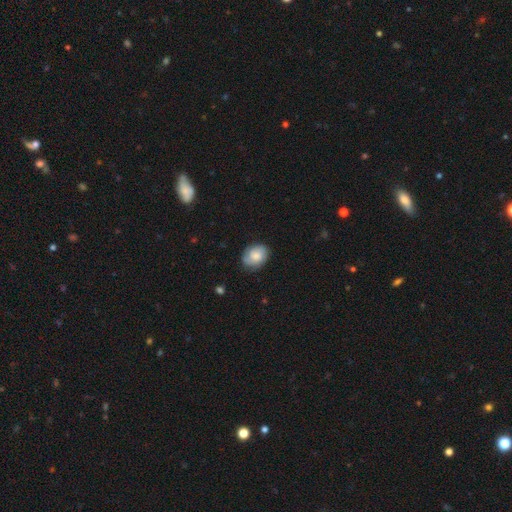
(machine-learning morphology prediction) The model was most divided on "how rounded": in between: 60%, round: 39%, cigar-shaped: 1%. More confident: merging — none (74%); smooth or featured — smooth (63%).